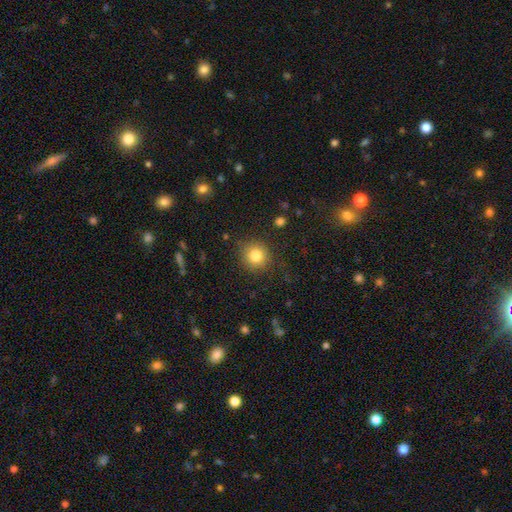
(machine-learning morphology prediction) Smooth or featured: smooth — 82% (star or artifact — 11%)
How rounded: round — 91% (in between — 8%)
Merging: none — 87% (minor disturbance — 8%)